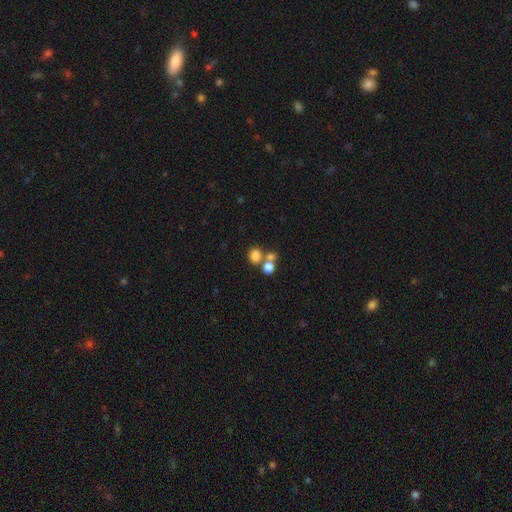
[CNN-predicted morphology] Smooth or featured: smooth — 77% (star or artifact — 14%)
How rounded: round — 62% (in between — 37%)
Merging: none — 46% (merger — 41%)